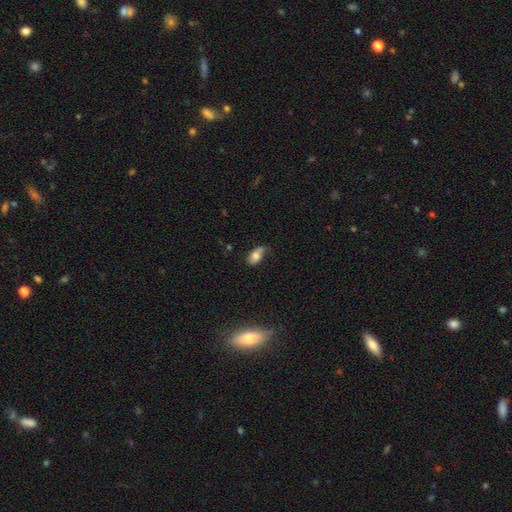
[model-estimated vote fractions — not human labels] A smooth galaxy with no disk features (70%) that is in between round and cigar-shaped (89%). Merging: none (42%).